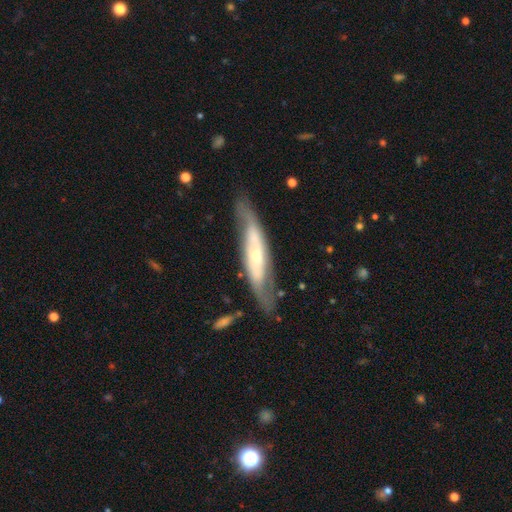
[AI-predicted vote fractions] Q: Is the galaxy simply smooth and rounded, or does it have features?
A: featured or disk — 68%.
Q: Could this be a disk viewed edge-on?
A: no — 60%.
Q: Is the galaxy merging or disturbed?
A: none — 74%.